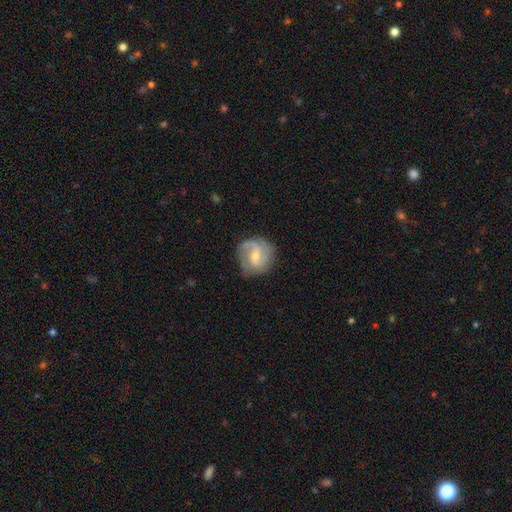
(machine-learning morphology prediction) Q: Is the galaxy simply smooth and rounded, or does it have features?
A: featured or disk — 82%.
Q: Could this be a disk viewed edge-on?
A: no — 98%.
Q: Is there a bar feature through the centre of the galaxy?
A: weak — 51%.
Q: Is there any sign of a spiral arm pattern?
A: yes — 96%.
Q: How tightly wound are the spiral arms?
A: medium — 45%.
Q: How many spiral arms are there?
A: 2 — 63%.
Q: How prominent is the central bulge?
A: small — 49%.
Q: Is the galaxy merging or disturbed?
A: none — 75%.